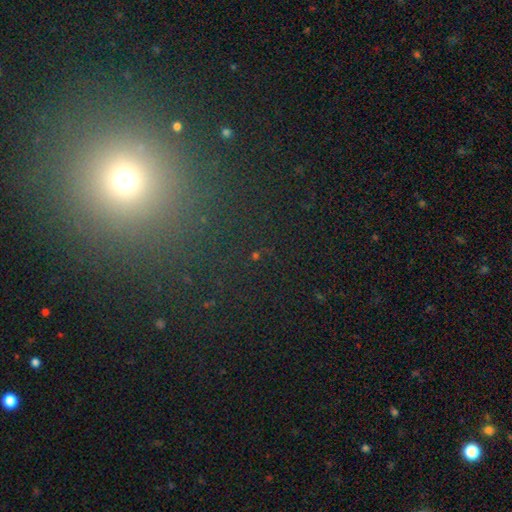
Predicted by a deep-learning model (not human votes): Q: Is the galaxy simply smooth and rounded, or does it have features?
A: star or artifact — 68%.